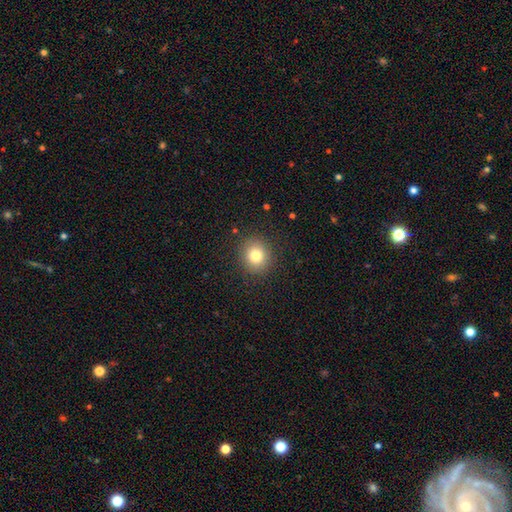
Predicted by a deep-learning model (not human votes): Overall: smooth (80%). How rounded: round (85%). Merging: none (89%).